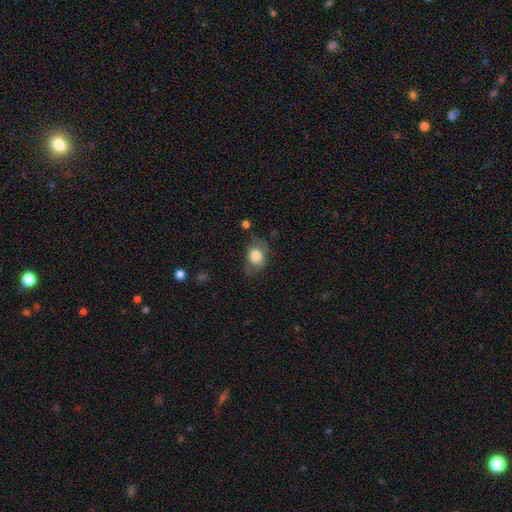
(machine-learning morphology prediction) This appears to be a smooth galaxy with no disk features (78%) that is in between round and cigar-shaped (63%). Merging: none (58%).